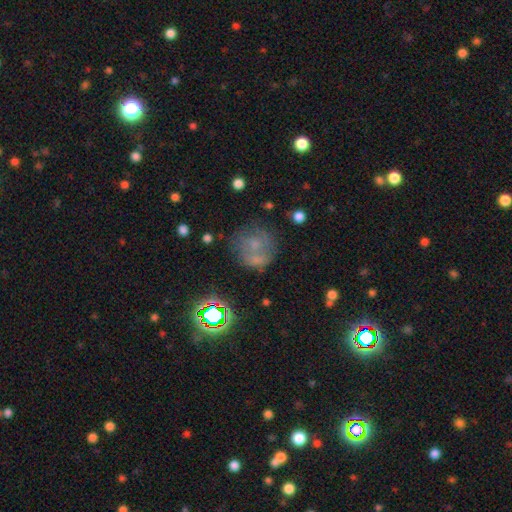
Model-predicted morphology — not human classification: Overall: smooth (46%; featured or disk 31%). Merging: none (51%; minor disturbance 18%).